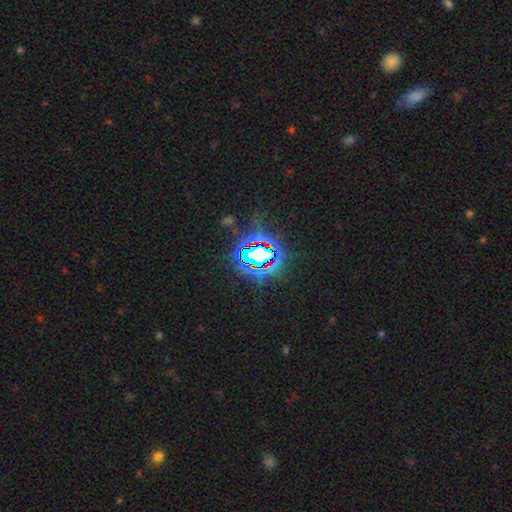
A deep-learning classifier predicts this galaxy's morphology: smooth-or-featured: star or artifact: 80% | smooth: 11% | featured or disk: 9%